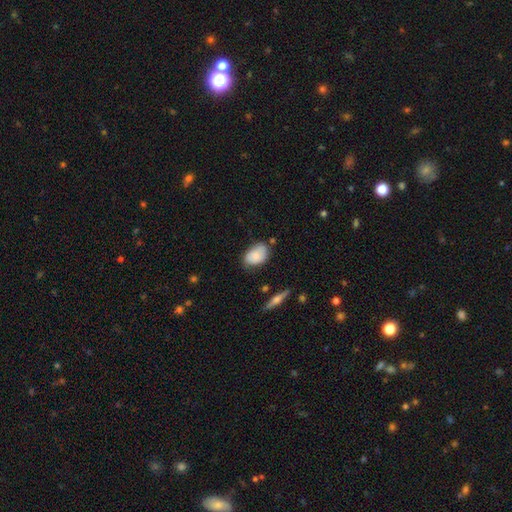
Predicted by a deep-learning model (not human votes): smooth_or_featured: smooth (p=0.80) [alt: featured or disk p=0.13]
how_rounded: in between (p=0.88) [alt: round p=0.11]
merging: none (p=0.62) [alt: minor disturbance p=0.29]